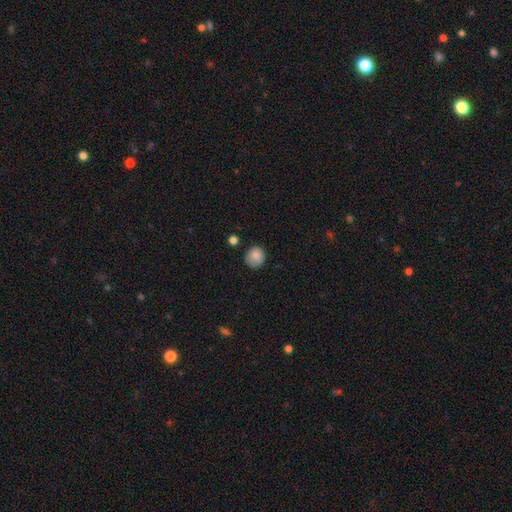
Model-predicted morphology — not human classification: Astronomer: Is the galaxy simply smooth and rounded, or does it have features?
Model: smooth — 85%.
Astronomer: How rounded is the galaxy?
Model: round — 87%.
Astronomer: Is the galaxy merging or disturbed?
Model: none — 76%.